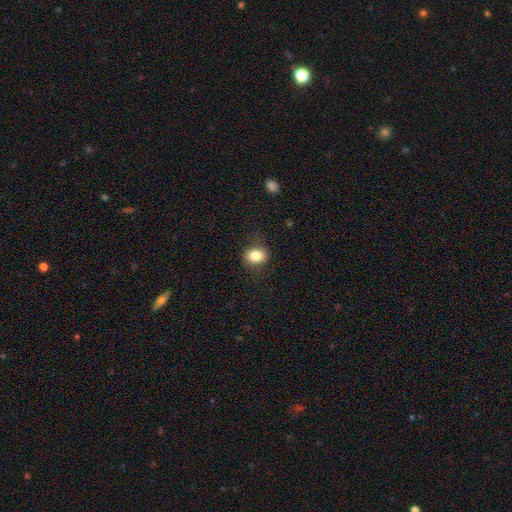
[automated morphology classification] Smooth or featured?
  - smooth: 82% *
  - star or artifact: 10%
  - featured or disk: 8%
How rounded?
  - in between: 53% *
  - round: 46%
  - cigar-shaped: 1%
Merging?
  - none: 83% *
  - minor disturbance: 12%
  - major disturbance: 4%
  - merger: 1%